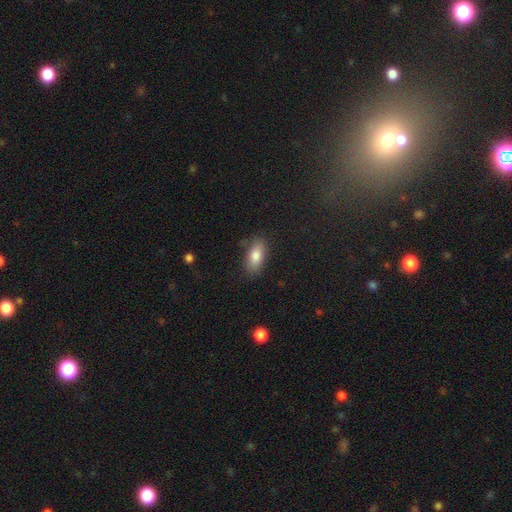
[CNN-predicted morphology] A smooth galaxy with no disk features (82%) that is in between round and cigar-shaped (88%). Merging: none (80%).